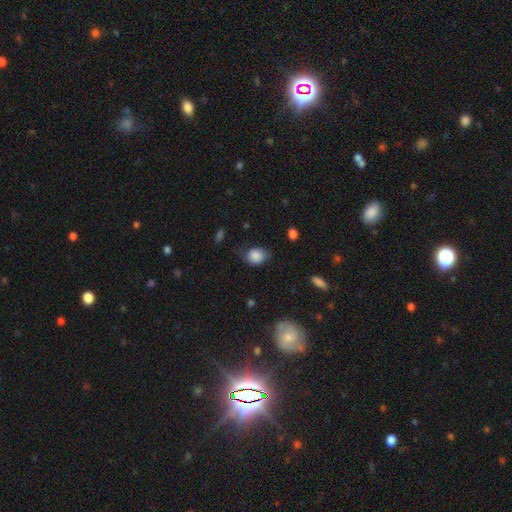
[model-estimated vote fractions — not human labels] smooth-or-featured: smooth: 82% | featured or disk: 10% | star or artifact: 8%
  how-rounded: in between: 55% | round: 44% | cigar-shaped: 1%
  merging: none: 59% | minor disturbance: 29% | major disturbance: 10% | merger: 2%